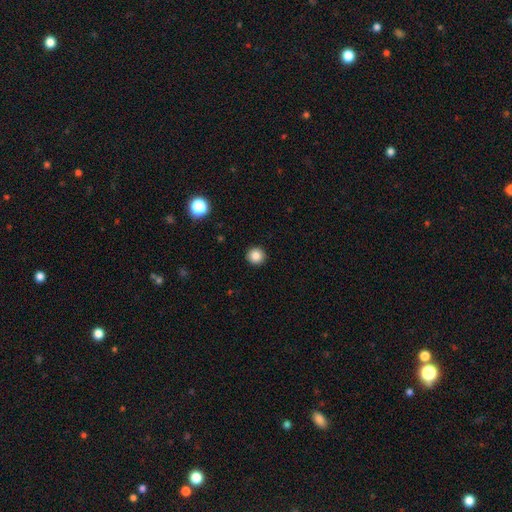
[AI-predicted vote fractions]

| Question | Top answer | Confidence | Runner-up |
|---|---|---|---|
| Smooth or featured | smooth | 85% | star or artifact (10%) |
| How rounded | round | 95% | in between (4%) |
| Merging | none | 93% | minor disturbance (4%) |